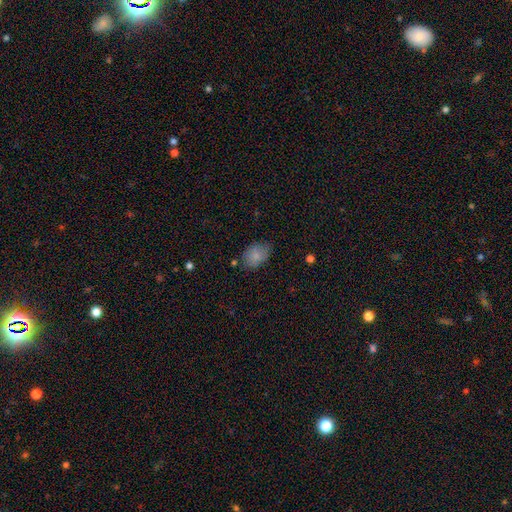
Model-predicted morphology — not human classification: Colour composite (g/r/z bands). It shows a smooth galaxy with no disk features (84%) that is in between round and cigar-shaped (82%). Merging: none (69%).